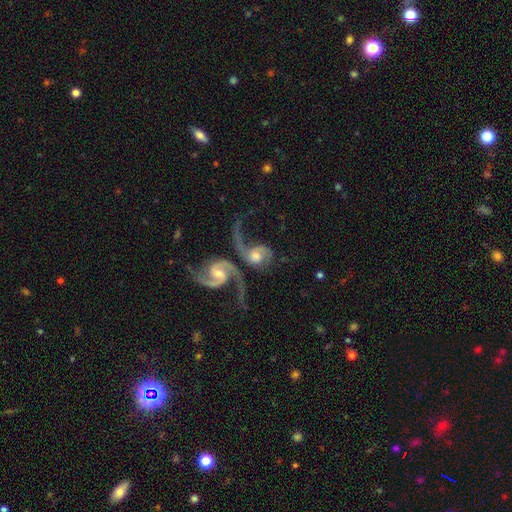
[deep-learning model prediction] smooth_or_featured: featured or disk (p=0.78) [alt: smooth p=0.16]
disk_edge_on: no (p=0.97) [alt: yes p=0.03]
bar: no (p=0.55) [alt: weak p=0.36]
has_spiral_arms: yes (p=0.93) [alt: no p=0.07]
spiral_winding: loose (p=0.59) [alt: medium p=0.32]
spiral_arm_count: 2 (p=0.77) [alt: 1 p=0.16]
bulge_size: moderate (p=0.53) [alt: small p=0.28]
merging: merger (p=0.58) [alt: none p=0.19]